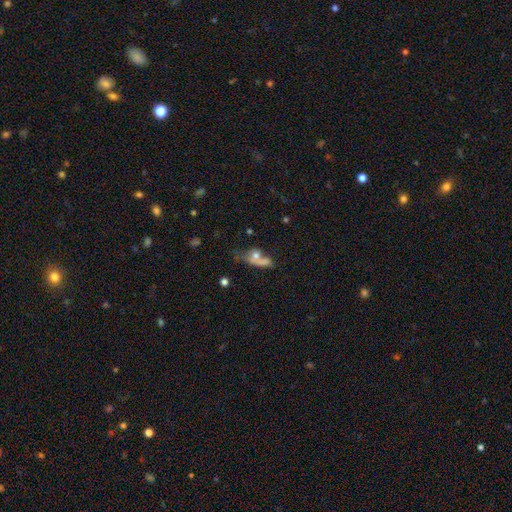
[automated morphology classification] smooth 58%, featured or disk 27%, star or artifact 15%. Down the decision tree: how rounded — in between (61%); merging — merger (37%).